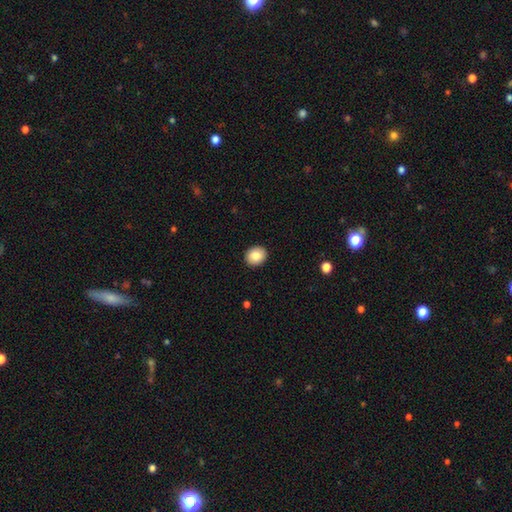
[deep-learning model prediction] Q: Smooth or featured?
A: smooth (86%); runner-up: star or artifact (8%)
Q: How rounded?
A: round (69%); runner-up: in between (30%)
Q: Merging?
A: none (92%); runner-up: minor disturbance (6%)